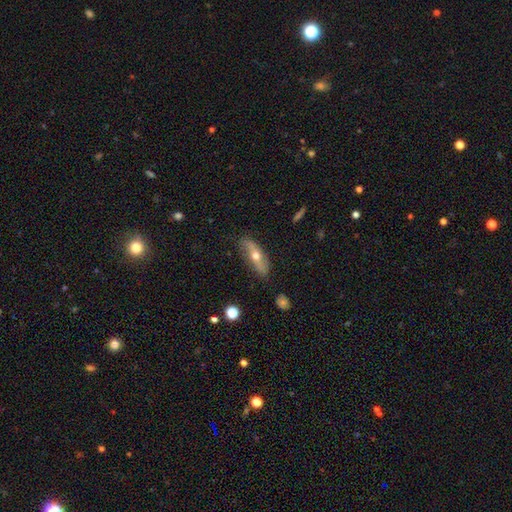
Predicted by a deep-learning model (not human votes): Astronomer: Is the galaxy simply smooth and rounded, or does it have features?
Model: featured or disk — 60%.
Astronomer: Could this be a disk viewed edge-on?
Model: no — 53% (runner-up: yes, 47%).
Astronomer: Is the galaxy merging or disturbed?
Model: none — 79%.